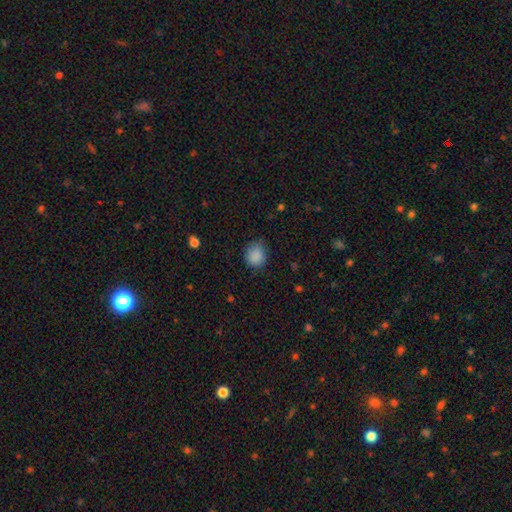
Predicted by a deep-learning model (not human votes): smooth 86%, star or artifact 10%, featured or disk 4%. Down the decision tree: how rounded — round (76%); merging — none (70%).